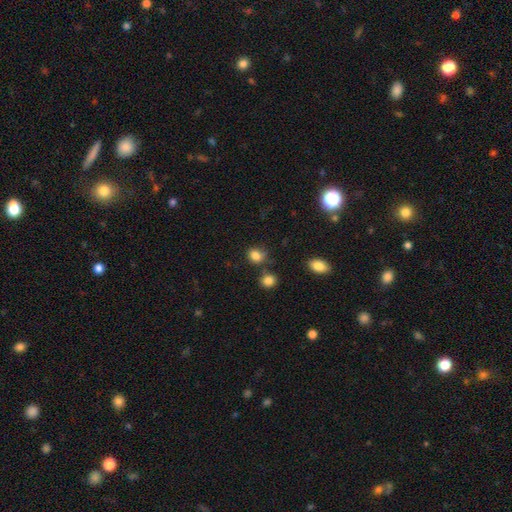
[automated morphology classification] Smooth or featured? Predicted: smooth (p=0.83). How rounded? Predicted: round (p=0.70). Merging? Predicted: none (p=0.69).